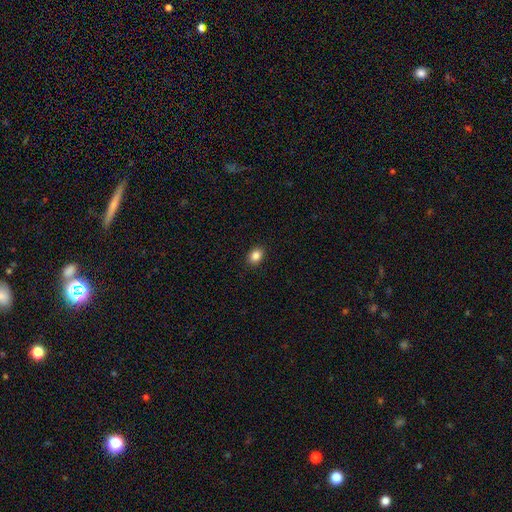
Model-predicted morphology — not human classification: A smooth galaxy with no disk features (86%) that is in between round and cigar-shaped (62%). Merging: none (90%).